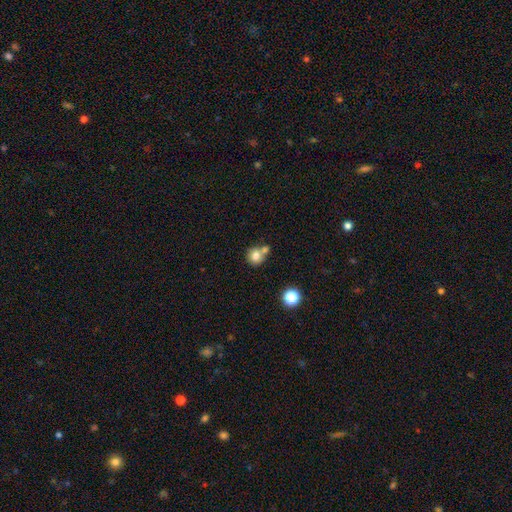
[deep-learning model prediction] This is likely a smooth galaxy (79%). How rounded: clearly round (86%). Merging: possibly none (49%).